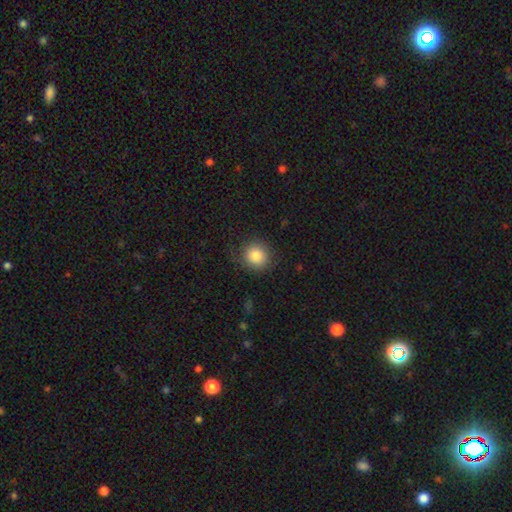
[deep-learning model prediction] smooth-or-featured: smooth: 83% | star or artifact: 9% | featured or disk: 8%
  how-rounded: round: 88% | in between: 11% | cigar-shaped: 1%
  merging: none: 78% | minor disturbance: 14% | major disturbance: 7% | merger: 1%